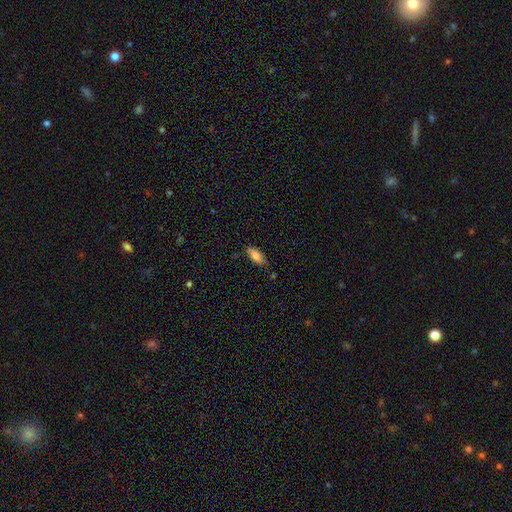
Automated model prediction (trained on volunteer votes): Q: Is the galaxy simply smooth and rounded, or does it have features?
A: smooth — 77%.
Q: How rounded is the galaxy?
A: in between — 81%.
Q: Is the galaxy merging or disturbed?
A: none — 80%.